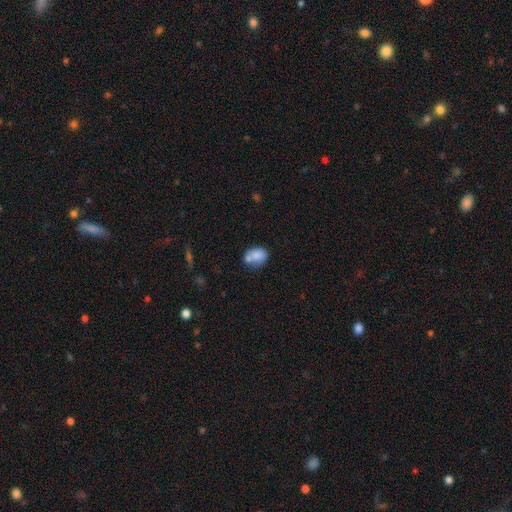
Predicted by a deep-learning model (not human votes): Smooth or featured? Predicted: smooth (p=0.78). How rounded? Predicted: in between (p=0.63). Merging? Predicted: none (p=0.41).